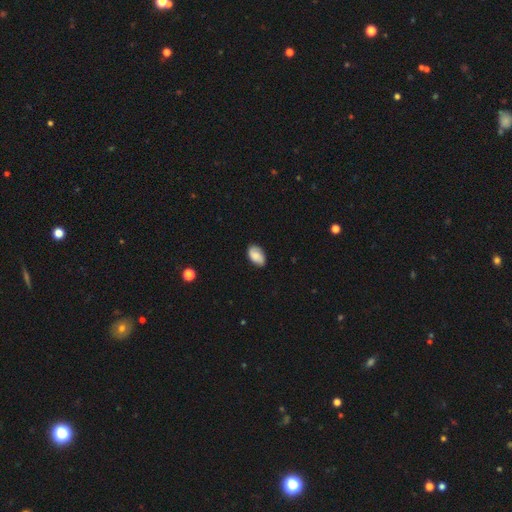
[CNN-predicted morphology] Overall: smooth (75%). How rounded: in between (92%). Merging: none (81%).